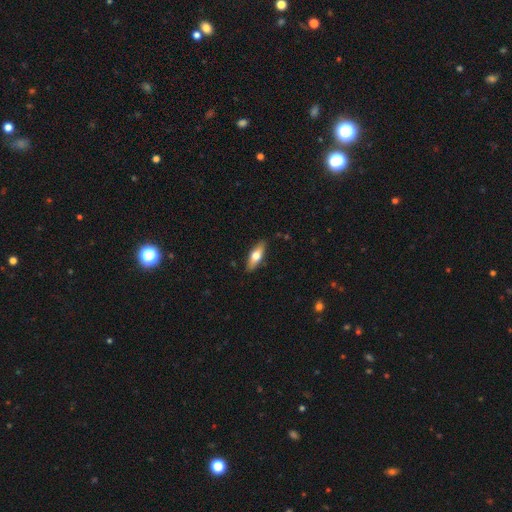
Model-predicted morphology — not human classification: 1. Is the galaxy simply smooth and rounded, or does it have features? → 58% smooth, 37% featured or disk, 6% star or artifact.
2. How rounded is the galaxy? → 56% in between, 42% cigar-shaped, 3% round.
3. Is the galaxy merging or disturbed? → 87% none, 10% minor disturbance, 2% major disturbance, 1% merger.